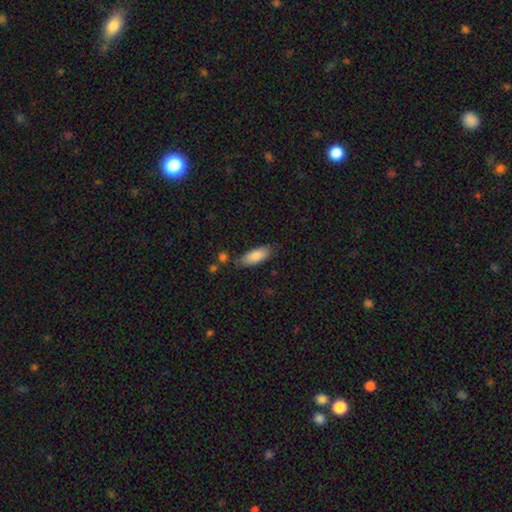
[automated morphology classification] smooth_or_featured: smooth (p=0.84) [alt: featured or disk p=0.10]
how_rounded: in between (p=0.76) [alt: cigar-shaped p=0.23]
merging: none (p=0.73) [alt: minor disturbance p=0.18]